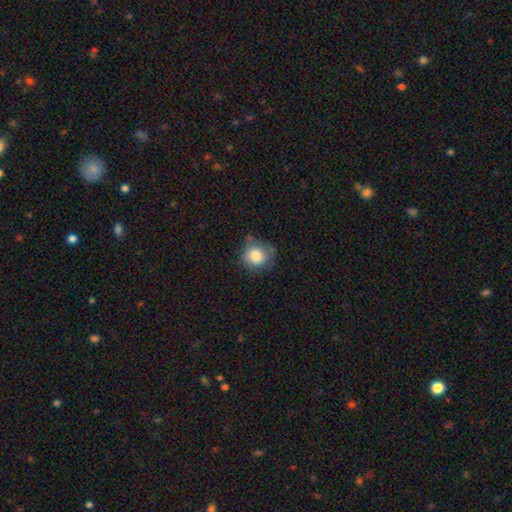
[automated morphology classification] Smooth or featured?
  - smooth: 81% *
  - featured or disk: 10%
  - star or artifact: 9%
How rounded?
  - round: 82% *
  - in between: 17%
  - cigar-shaped: 1%
Merging?
  - none: 61% *
  - minor disturbance: 27%
  - major disturbance: 7%
  - merger: 4%